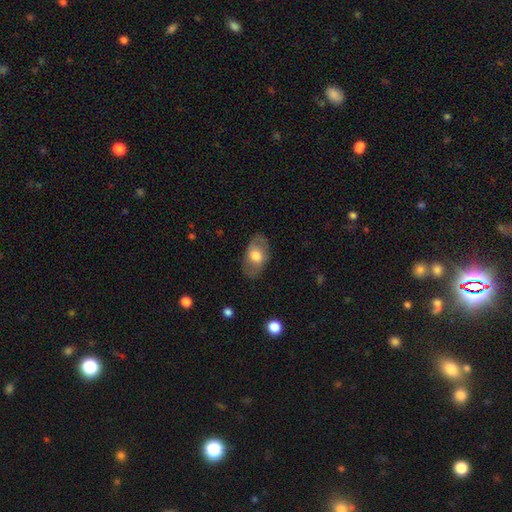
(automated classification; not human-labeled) Smooth or featured: smooth — 61% (featured or disk — 33%)
How rounded: in between — 90% (round — 8%)
Merging: none — 78% (minor disturbance — 15%)